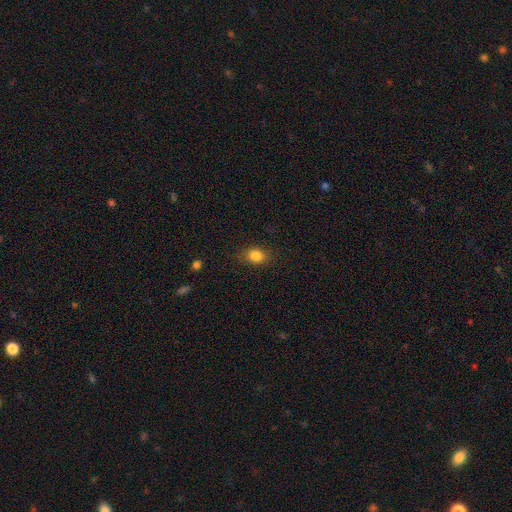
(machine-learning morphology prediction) type=smooth (83%); roundness=in between (59%); merging=none (84%).